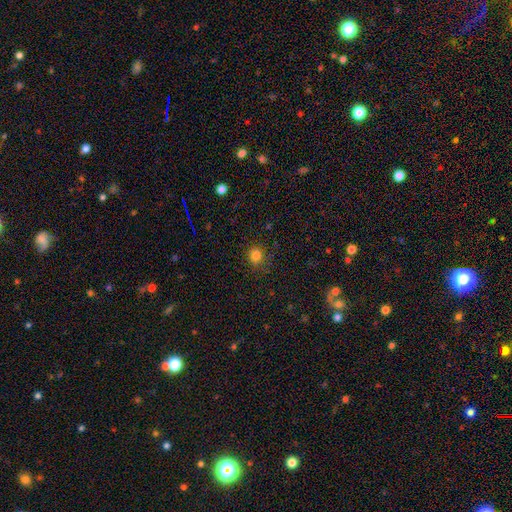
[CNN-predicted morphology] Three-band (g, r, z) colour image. It shows a smooth galaxy with no disk features (81%) that is round (82%). Merging: none (84%).